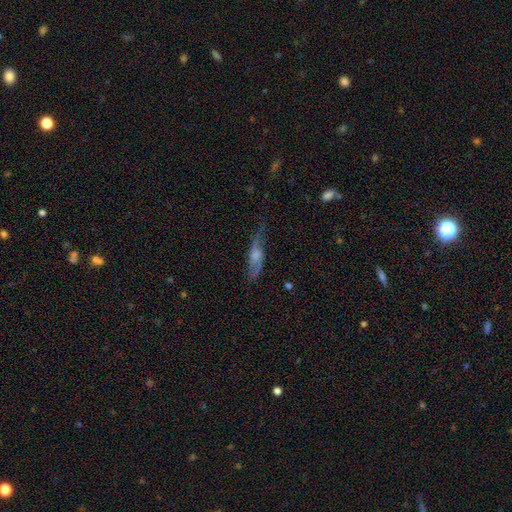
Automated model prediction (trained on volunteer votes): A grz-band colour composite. It shows a featured or disk galaxy (49%). Merging: none (56%).